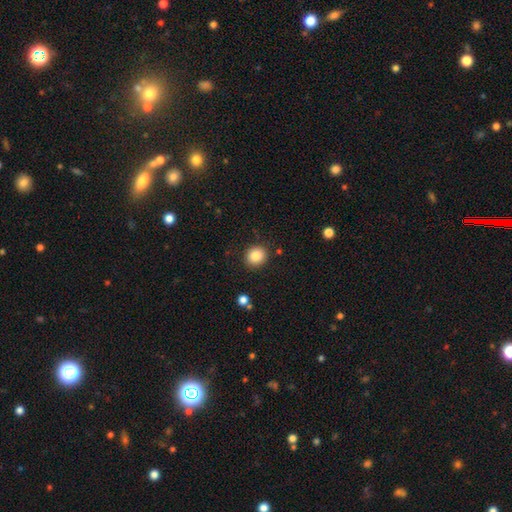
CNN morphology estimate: This appears to be a smooth galaxy with no disk features (85%) that is round (81%). Merging: none (88%).